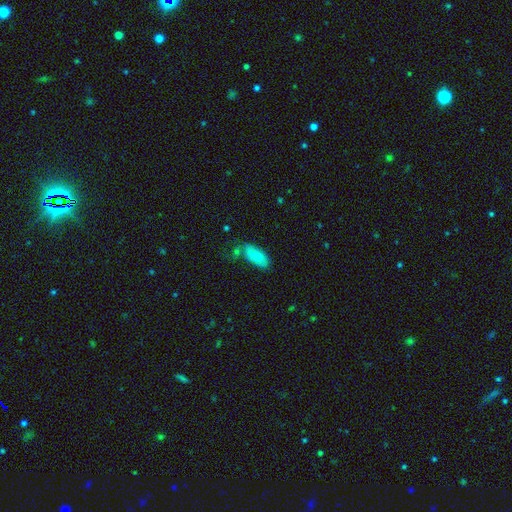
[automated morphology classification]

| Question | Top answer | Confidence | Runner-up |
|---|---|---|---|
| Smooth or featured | smooth | 84% | featured or disk (9%) |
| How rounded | in between | 82% | cigar-shaped (16%) |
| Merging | none | 63% | minor disturbance (21%) |